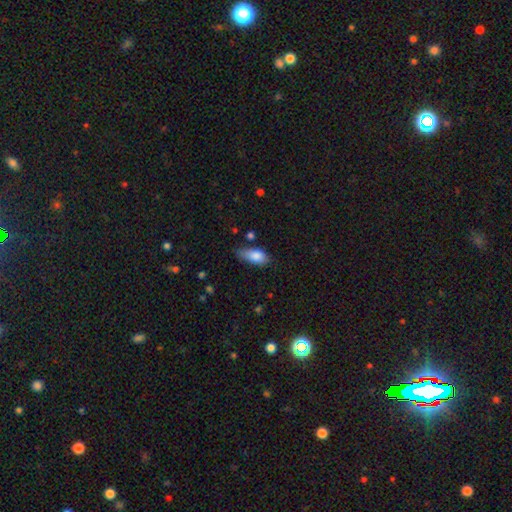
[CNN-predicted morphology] Smooth or featured? smooth (84%)
How rounded? in between (86%)
Merging? none (57%)